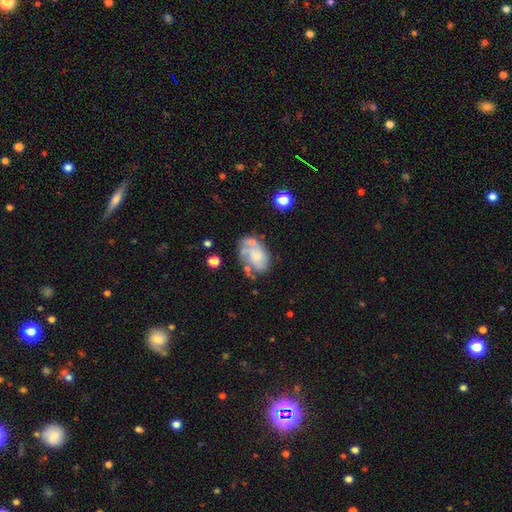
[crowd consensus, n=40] smooth_or_featured: smooth (p=0.47) [tied with: featured or disk p=0.47]
how_rounded: in between (p=0.89) [alt: round p=0.11]
merging: none (p=0.37) [alt: major disturbance p=0.29]